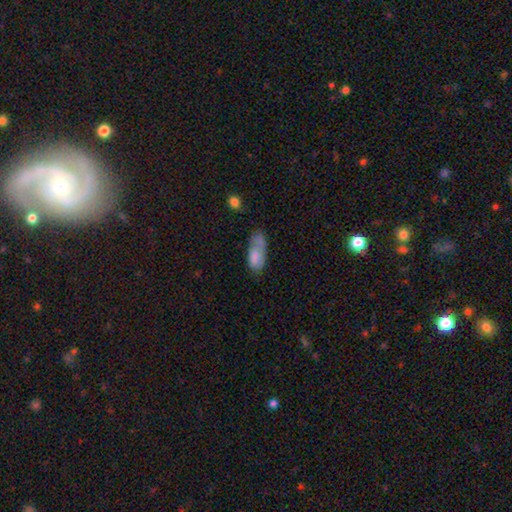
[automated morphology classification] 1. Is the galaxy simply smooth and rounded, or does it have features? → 75% smooth, 18% featured or disk, 7% star or artifact.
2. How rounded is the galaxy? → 85% in between, 13% cigar-shaped, 3% round.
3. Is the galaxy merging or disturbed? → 38% none, 31% minor disturbance, 23% major disturbance, 8% merger.